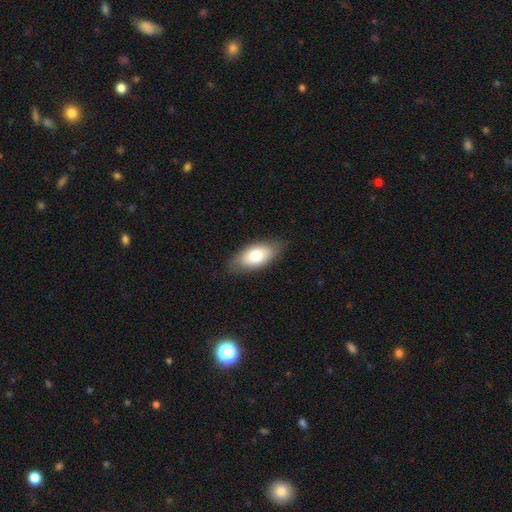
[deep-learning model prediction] This is likely a smooth galaxy (76%). How rounded: clearly in between (91%). Merging: clearly none (82%).